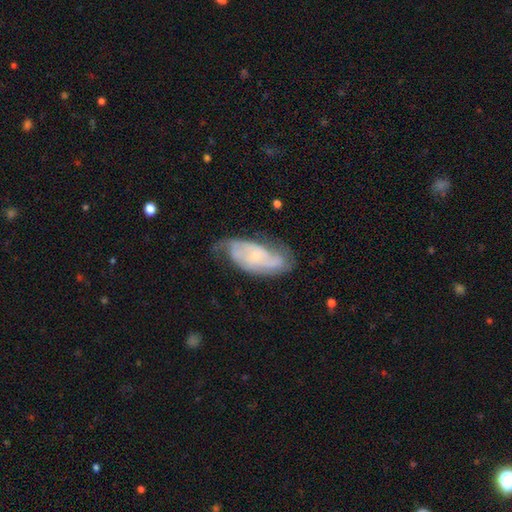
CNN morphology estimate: Overall: featured or disk (76%). Edge-on disk: no (93%). Bar: no (68%). Spiral arms: yes (90%). Spiral arm count: 2 (50%; can't tell 28%). Spiral winding: tight (44%; medium 39%). Bulge size: small (75%). Merging: none (60%; minor disturbance 27%).